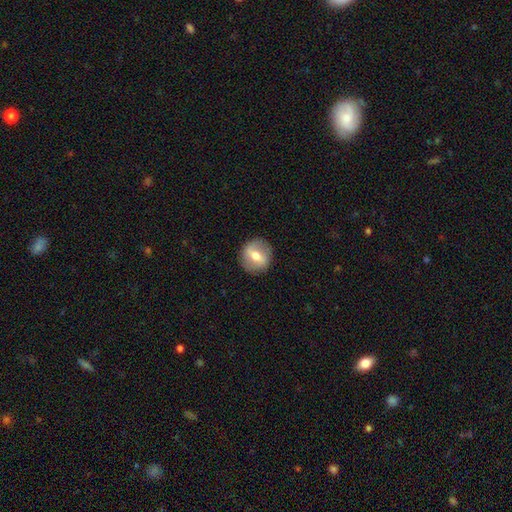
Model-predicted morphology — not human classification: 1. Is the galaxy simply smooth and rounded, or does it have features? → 49% featured or disk, 44% smooth, 7% star or artifact.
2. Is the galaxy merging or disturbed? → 88% none, 8% minor disturbance, 3% major disturbance, 1% merger.